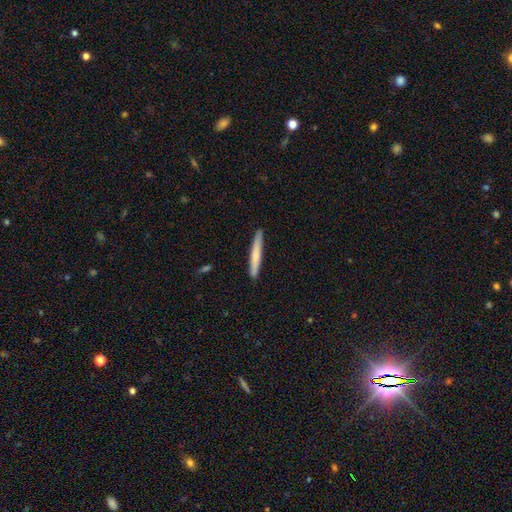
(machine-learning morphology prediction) Smooth or featured? Predicted: smooth (p=0.67). How rounded? Predicted: cigar-shaped (p=0.96). Merging? Predicted: none (p=0.91).